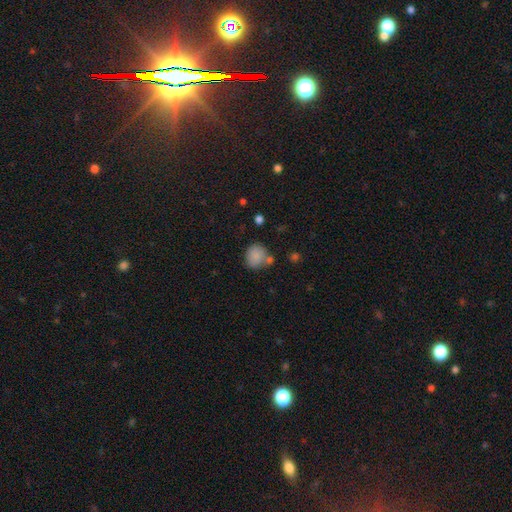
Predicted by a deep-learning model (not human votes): A smooth galaxy with no disk features (84%) that is round (71%). Merging: none (60%).